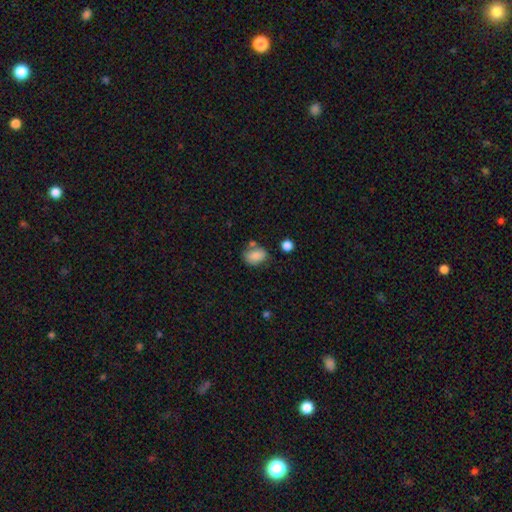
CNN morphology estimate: Smooth or featured? smooth (84%)
How rounded? in between (75%)
Merging? none (60%)